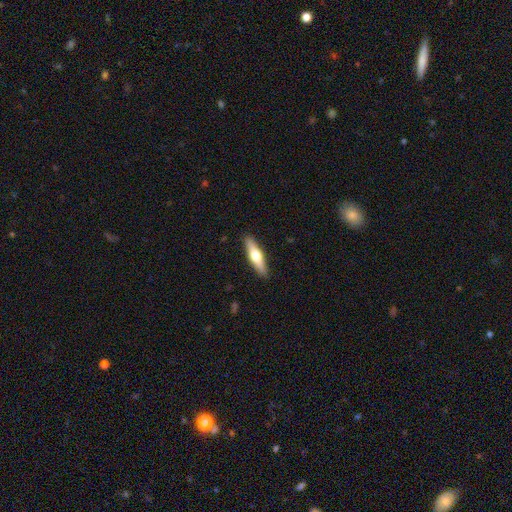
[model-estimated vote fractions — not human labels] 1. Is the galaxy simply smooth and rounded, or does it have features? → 48% featured or disk, 47% smooth, 5% star or artifact.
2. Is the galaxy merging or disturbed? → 90% none, 7% minor disturbance, 2% major disturbance, 1% merger.